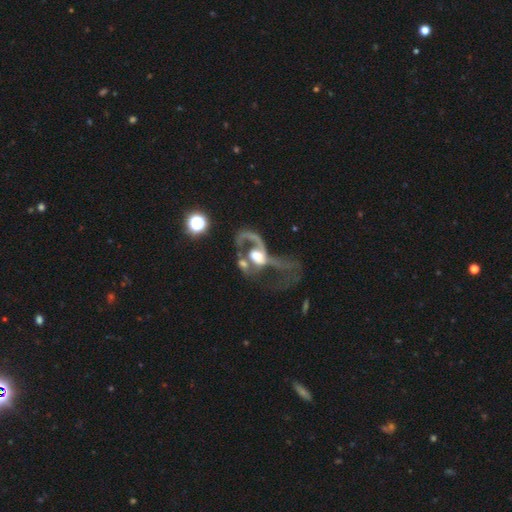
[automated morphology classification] featured or disk 72%, smooth 19%, star or artifact 9%. Down the decision tree: edge-on disk — no (96%); bar — no (66%); spiral arms — yes (69%); bulge size — moderate (43%); merging — major disturbance (47%).